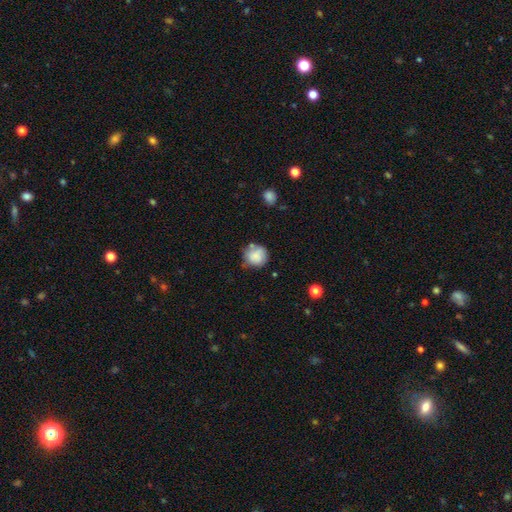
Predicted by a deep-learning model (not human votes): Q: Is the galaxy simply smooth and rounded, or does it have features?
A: smooth — 80%.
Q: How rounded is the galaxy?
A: round — 87%.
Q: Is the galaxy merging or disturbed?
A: none — 61%.